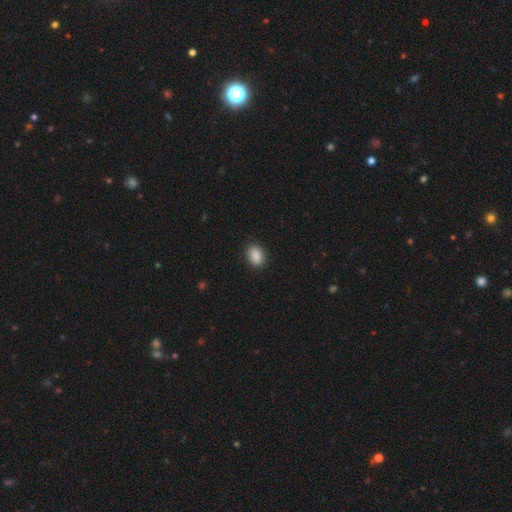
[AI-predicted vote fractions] smooth_or_featured: smooth (p=0.89) [alt: star or artifact p=0.08]
how_rounded: in between (p=0.77) [alt: round p=0.21]
merging: none (p=0.89) [alt: minor disturbance p=0.08]